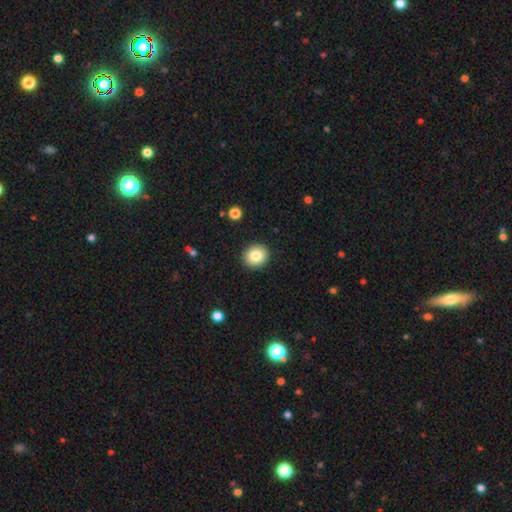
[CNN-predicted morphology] smooth 82%, star or artifact 9%, featured or disk 8%. Down the decision tree: how rounded — round (85%); merging — none (91%).